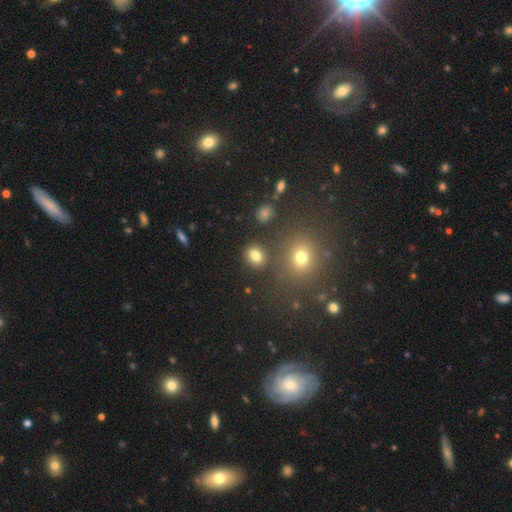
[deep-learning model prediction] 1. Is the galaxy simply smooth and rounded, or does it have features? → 79% smooth, 14% star or artifact, 7% featured or disk.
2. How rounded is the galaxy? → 53% round, 46% in between, 1% cigar-shaped.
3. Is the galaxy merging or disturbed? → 81% none, 9% minor disturbance, 6% merger, 4% major disturbance.